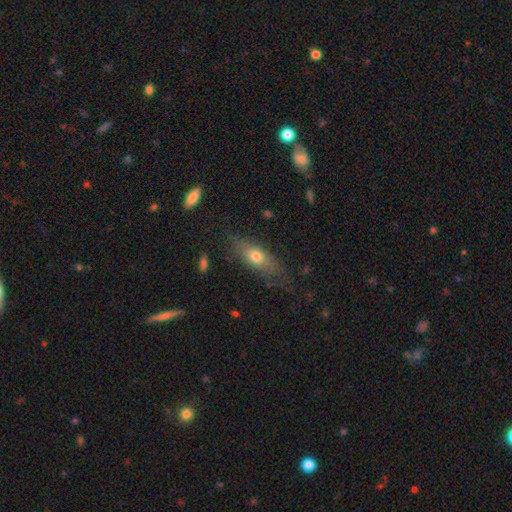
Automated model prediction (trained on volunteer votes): Smooth or featured: smooth — 61% (featured or disk — 29%)
How rounded: in between — 61% (cigar-shaped — 32%)
Merging: none — 68% (minor disturbance — 21%)